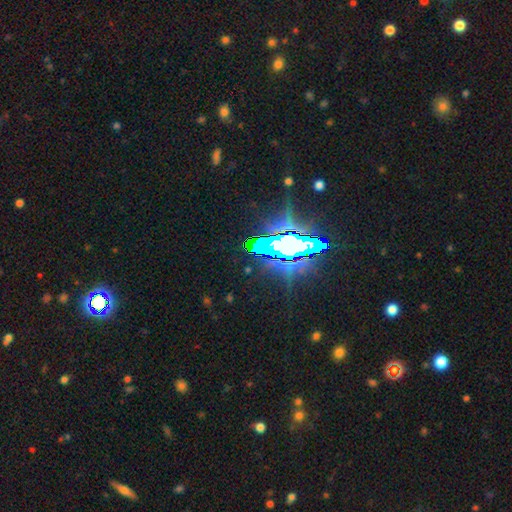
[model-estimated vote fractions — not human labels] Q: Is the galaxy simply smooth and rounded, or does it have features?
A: star or artifact — 72%.